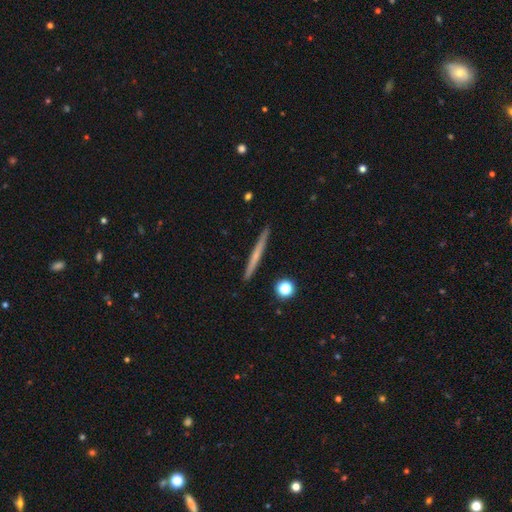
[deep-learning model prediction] Smooth or featured?
  - smooth: 47% * (tied)
  - featured or disk: 47% * (tied)
  - star or artifact: 6%
Merging?
  - none: 92% *
  - minor disturbance: 6%
  - merger: 1%
  - major disturbance: 1%